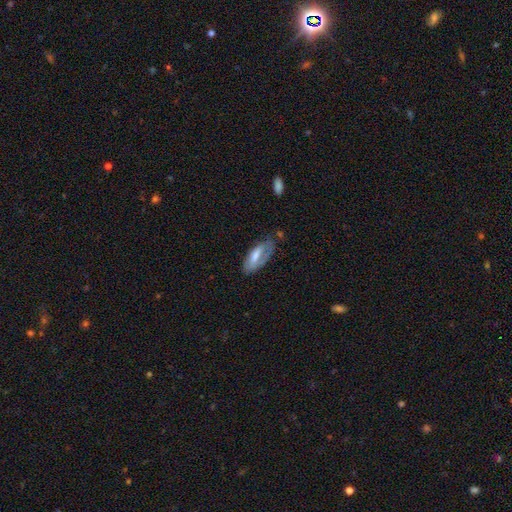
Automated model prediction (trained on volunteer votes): Morphology: type=smooth (51%); roundness=in between (71%); merging=none (55%).